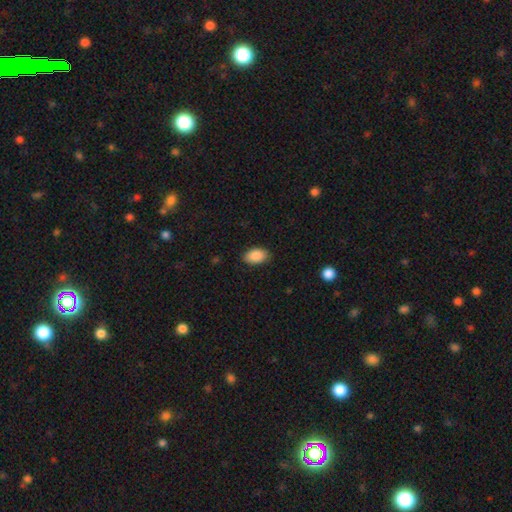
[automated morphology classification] This appears to be a smooth galaxy with no disk features (90%) that is in between round and cigar-shaped (92%). Merging: none (87%).